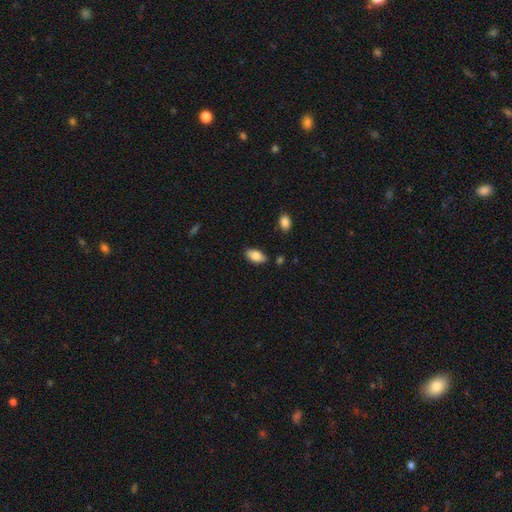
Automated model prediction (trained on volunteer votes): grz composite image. It shows a smooth galaxy with no disk features (82%) that is in between round and cigar-shaped (93%). Merging: none (84%).